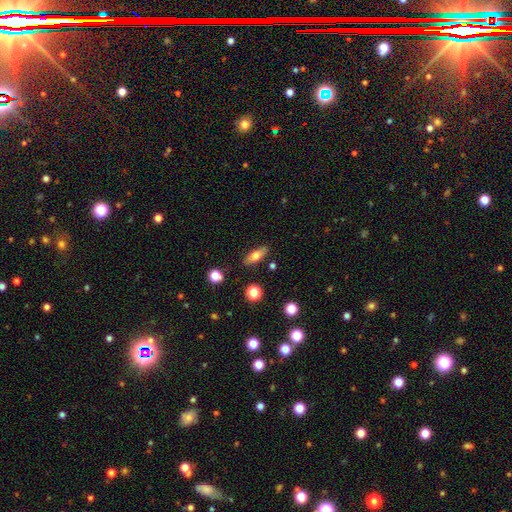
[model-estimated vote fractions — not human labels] smooth-or-featured: smooth: 69% | featured or disk: 23% | star or artifact: 8%
  how-rounded: in between: 70% | cigar-shaped: 25% | round: 5%
  merging: none: 84% | minor disturbance: 11% | major disturbance: 2% | merger: 2%